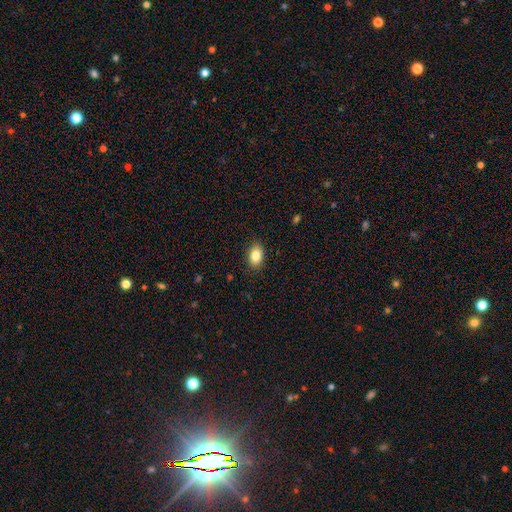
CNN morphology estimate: Smooth or featured?
  - smooth: 84% *
  - star or artifact: 9%
  - featured or disk: 8%
How rounded?
  - in between: 83% *
  - round: 15%
  - cigar-shaped: 1%
Merging?
  - none: 88% *
  - minor disturbance: 9%
  - major disturbance: 2%
  - merger: 1%